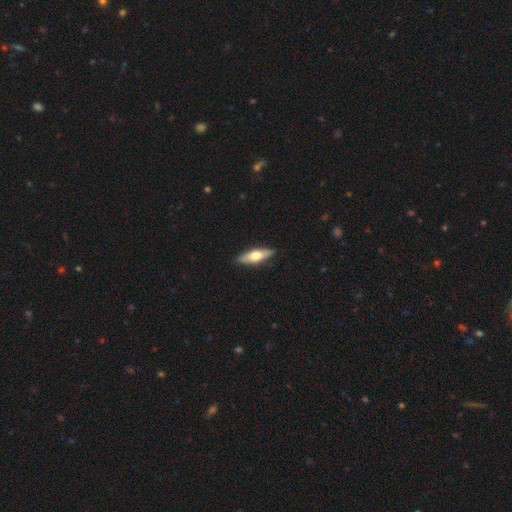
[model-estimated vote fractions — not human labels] A smooth galaxy with no disk features (56%) that is cigar-shaped (50%).

Vote fractions:
- Smooth or featured? smooth: 56% / featured or disk: 39% / star or artifact: 5%
- How rounded? cigar-shaped: 50% / in between: 48% / round: 2%
- Merging? none: 90% / minor disturbance: 8% / major disturbance: 2% / merger: 1%